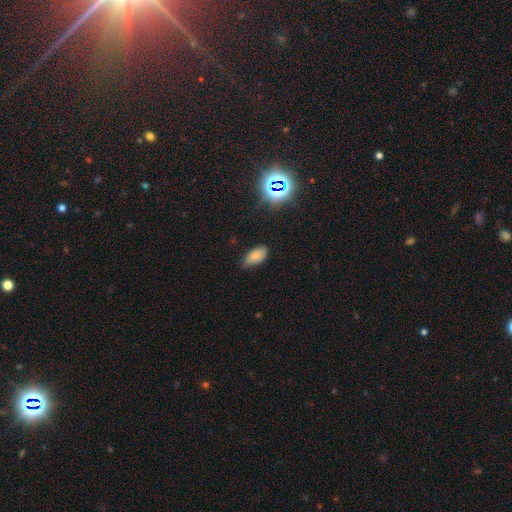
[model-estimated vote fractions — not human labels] Smooth or featured: smooth — 74% (star or artifact — 14%)
How rounded: in between — 93% (round — 4%)
Merging: none — 66% (minor disturbance — 28%)